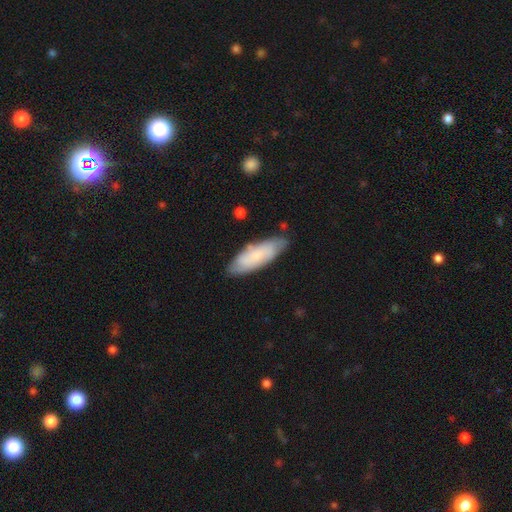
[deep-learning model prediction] smooth 65%, featured or disk 29%, star or artifact 6%. Down the decision tree: how rounded — in between (60%); merging — none (75%).